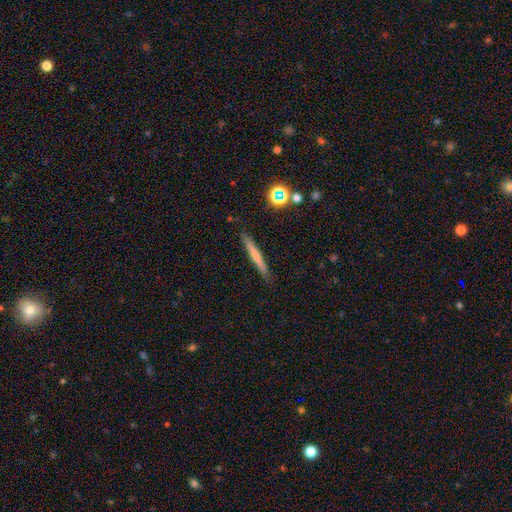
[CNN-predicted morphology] Smooth or featured?
  - smooth: 56% *
  - featured or disk: 35%
  - star or artifact: 9%
How rounded?
  - cigar-shaped: 95% *
  - in between: 3%
  - round: 2%
Merging?
  - none: 88% *
  - minor disturbance: 8%
  - major disturbance: 2%
  - merger: 1%